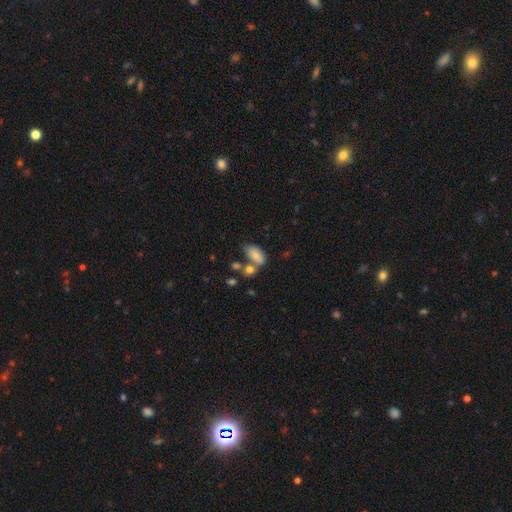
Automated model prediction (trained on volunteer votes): Smooth or featured: smooth — 80% (featured or disk — 11%)
How rounded: in between — 91% (round — 5%)
Merging: none — 42% (merger — 32%)